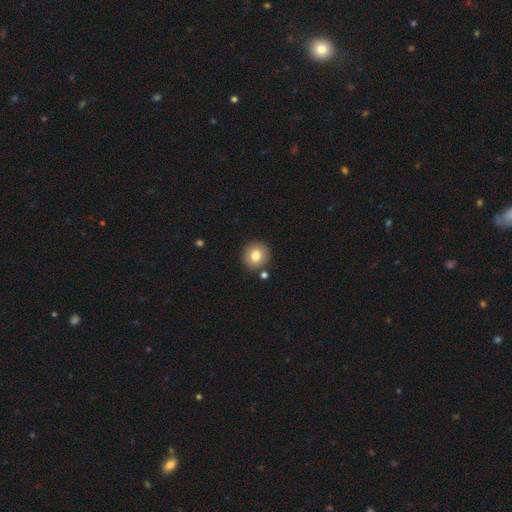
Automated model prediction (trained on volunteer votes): This appears to be a smooth galaxy with no disk features (80%) that is round (90%). Merging: none (86%).